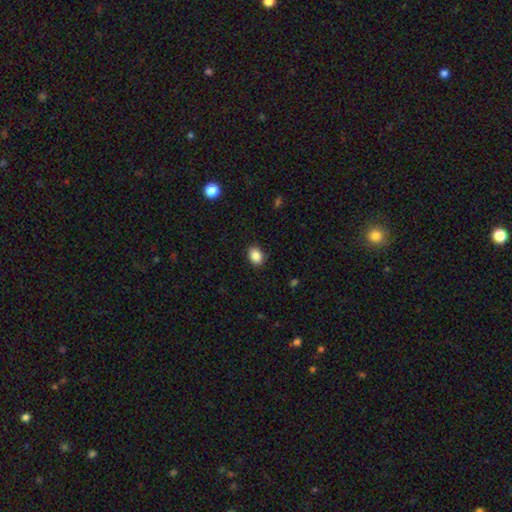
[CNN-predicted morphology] Q: Smooth or featured?
A: smooth (88%); runner-up: star or artifact (8%)
Q: How rounded?
A: in between (69%); runner-up: round (30%)
Q: Merging?
A: none (89%); runner-up: minor disturbance (8%)